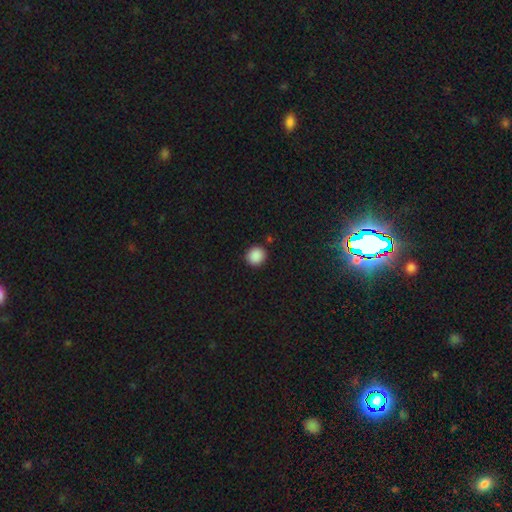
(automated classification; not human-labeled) This is clearly a smooth galaxy (89%). How rounded: clearly round (89%). Merging: clearly none (90%).